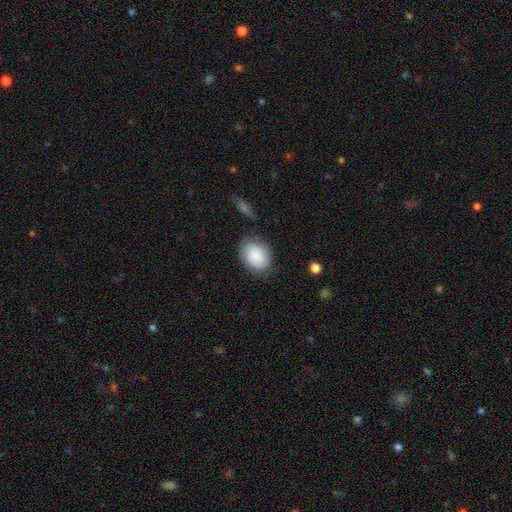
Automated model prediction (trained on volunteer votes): A smooth galaxy with no disk features (73%) that is in between round and cigar-shaped (67%).

Vote fractions:
- Smooth or featured? smooth: 73% / featured or disk: 19% / star or artifact: 8%
- How rounded? in between: 67% / round: 32% / cigar-shaped: 1%
- Merging? none: 71% / minor disturbance: 19% / major disturbance: 7% / merger: 4%